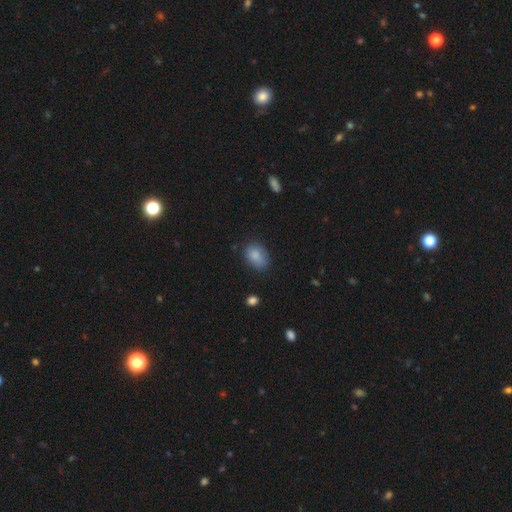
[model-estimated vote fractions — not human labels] The model was most divided on "merging": none: 73%, minor disturbance: 20%, major disturbance: 5%, merger: 2%. More confident: smooth or featured — smooth (85%); how rounded — in between (79%).